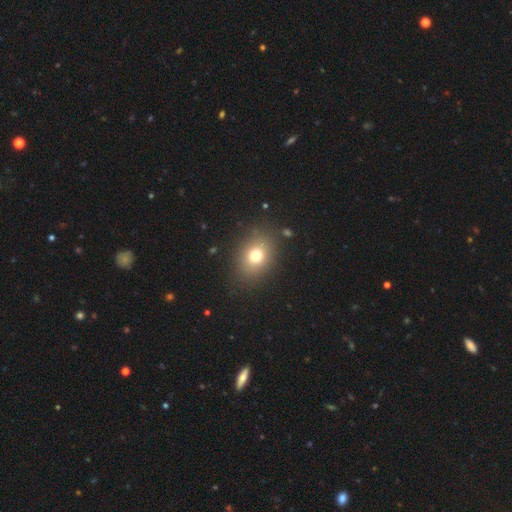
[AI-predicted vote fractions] Smooth or featured: smooth — 74% (star or artifact — 14%)
How rounded: in between — 56% (round — 43%)
Merging: none — 85% (minor disturbance — 9%)